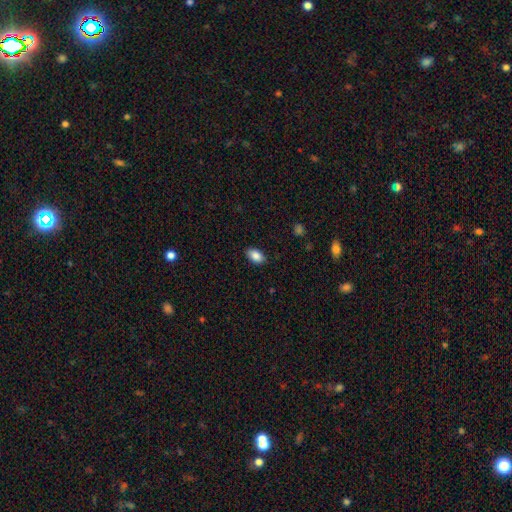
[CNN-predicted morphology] This appears to be a smooth galaxy with no disk features (87%) that is in between round and cigar-shaped (91%). Merging: none (87%).